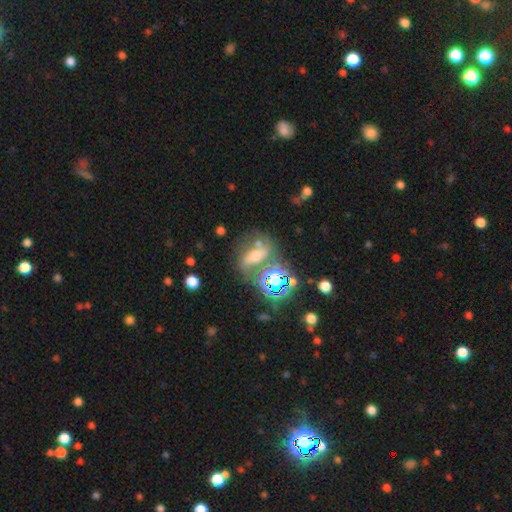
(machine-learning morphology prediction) Overall: featured or disk (51%; smooth 25%). Edge-on disk: no (80%). Merging: none (55%; minor disturbance 17%).